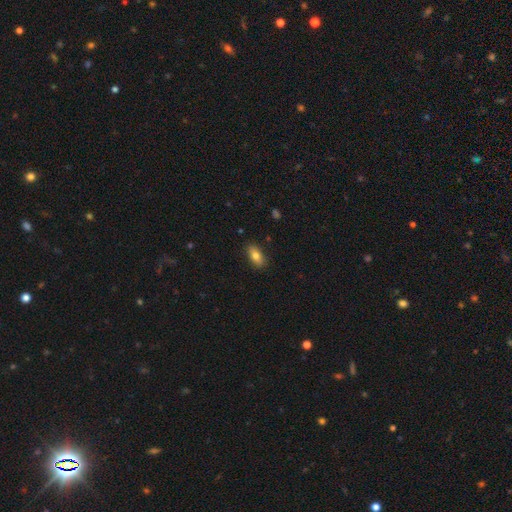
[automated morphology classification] This appears to be a smooth galaxy with no disk features (78%) that is in between round and cigar-shaped (84%). Merging: none (86%).